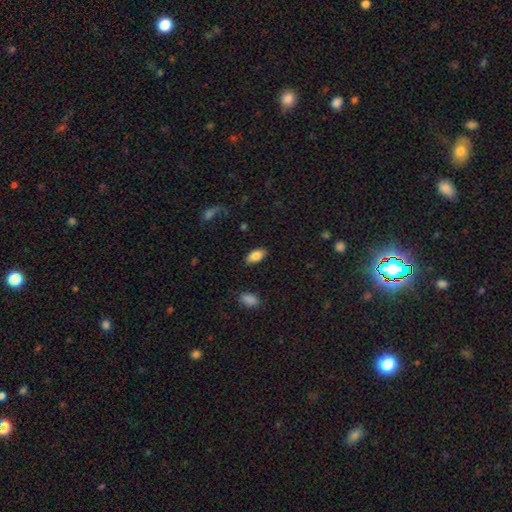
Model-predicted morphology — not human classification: Smooth or featured? smooth (82%)
How rounded? in between (92%)
Merging? none (86%)